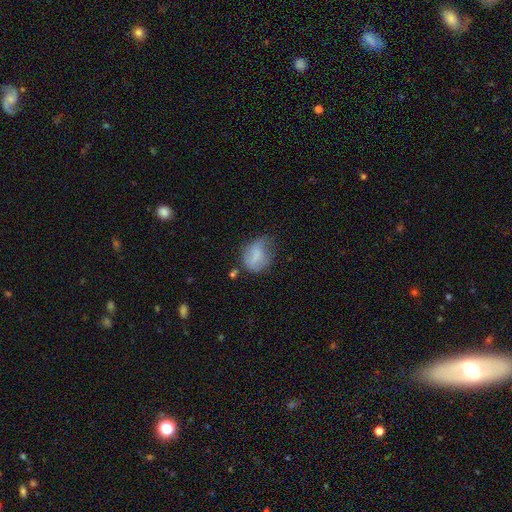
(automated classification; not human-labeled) Q: Smooth or featured?
A: smooth (70%); runner-up: featured or disk (21%)
Q: How rounded?
A: in between (63%); runner-up: round (36%)
Q: Merging?
A: minor disturbance (39%); runner-up: none (34%)